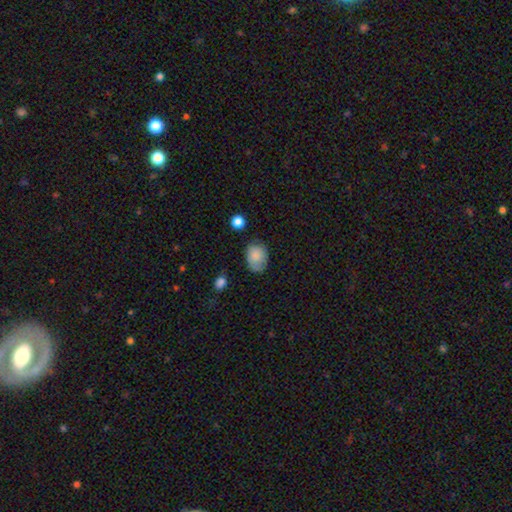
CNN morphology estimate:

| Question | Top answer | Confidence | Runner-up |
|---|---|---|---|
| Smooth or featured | smooth | 84% | featured or disk (8%) |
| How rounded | in between | 70% | round (29%) |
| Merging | none | 62% | minor disturbance (28%) |